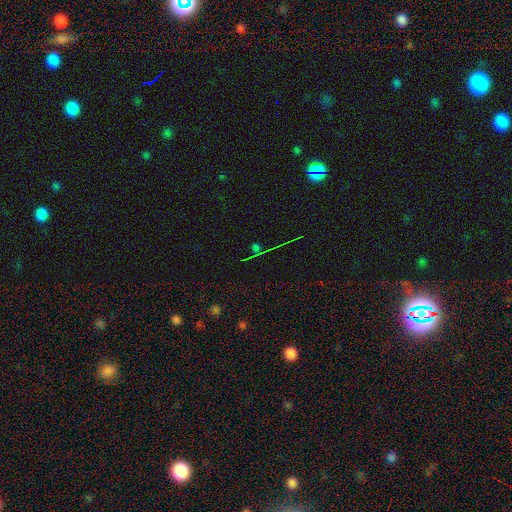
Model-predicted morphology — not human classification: smooth-or-featured: star or artifact: 67% | smooth: 21% | featured or disk: 12%